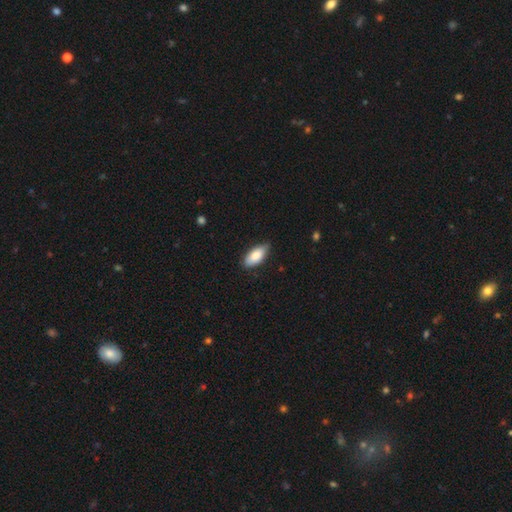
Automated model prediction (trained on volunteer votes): This appears to be a smooth galaxy with no disk features (83%) that is in between round and cigar-shaped (88%). Merging: none (77%).